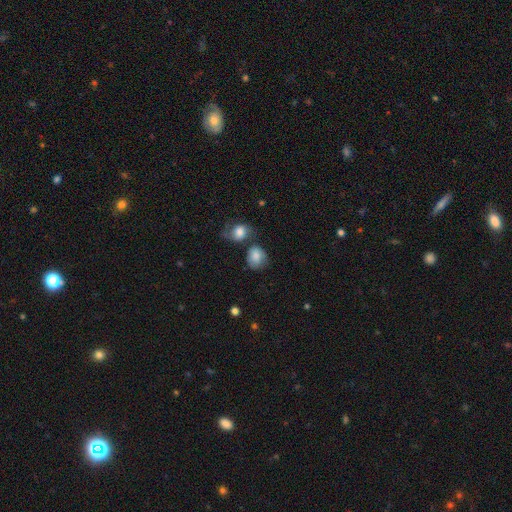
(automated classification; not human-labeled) Smooth or featured: smooth — 78% (featured or disk — 13%)
How rounded: round — 65% (in between — 34%)
Merging: none — 48% (merger — 21%)